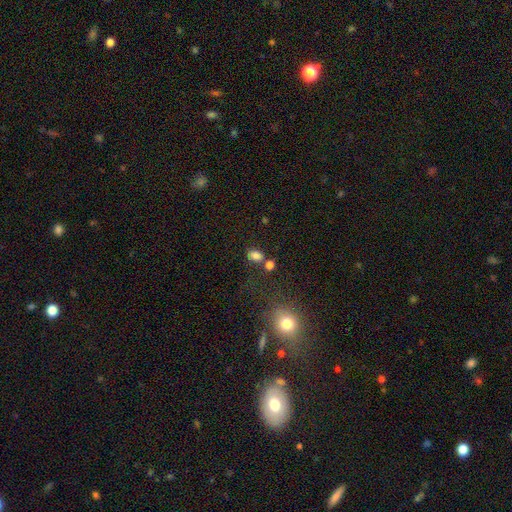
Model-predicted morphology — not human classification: Smooth or featured? Predicted: smooth (p=0.80). How rounded? Predicted: in between (p=0.78). Merging? Predicted: none (p=0.62).